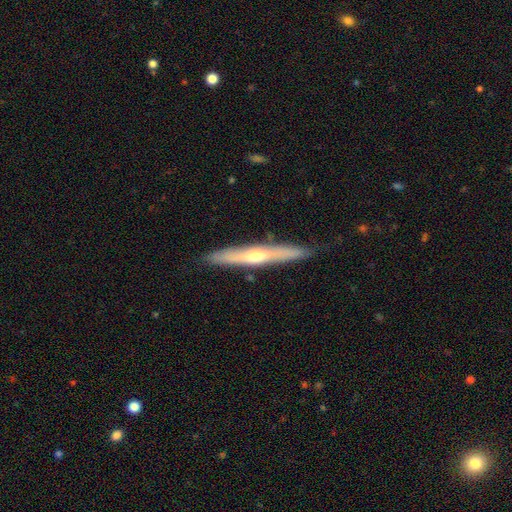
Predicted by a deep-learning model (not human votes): smooth_or_featured: featured or disk (p=0.54) [alt: smooth p=0.40]
disk_edge_on: yes (p=0.92) [alt: no p=0.08]
merging: none (p=0.86) [alt: minor disturbance p=0.11]